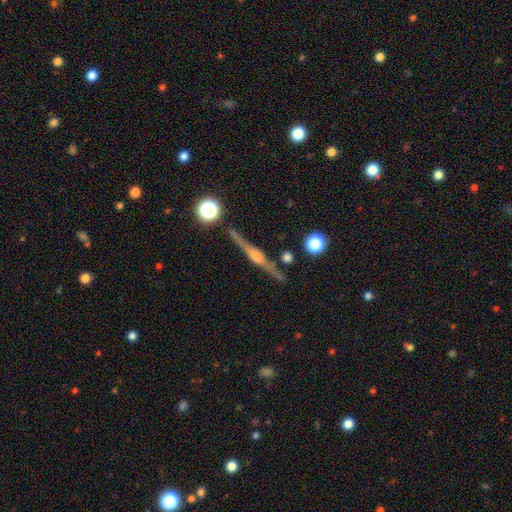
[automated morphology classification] The model was most divided on "edge-on bulge": rounded: 81%, boxy: 14%, none: 6%. More confident: edge-on disk — yes (98%); merging — none (88%); smooth or featured — featured or disk (83%).